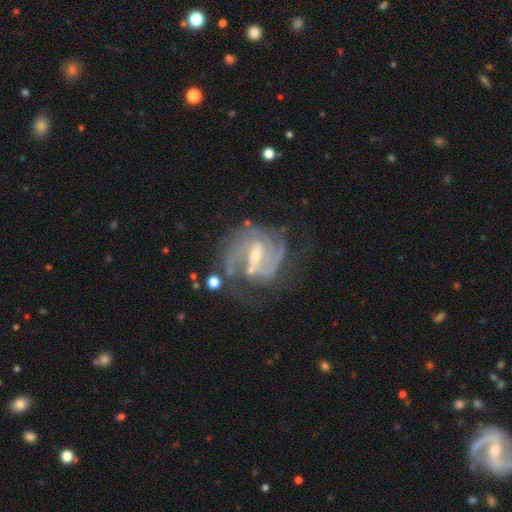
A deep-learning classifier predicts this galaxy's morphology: featured or disk 89%, star or artifact 6%, smooth 5%. Down the decision tree: edge-on disk — no (97%); bar — weak (49%); spiral arms — yes (96%); spiral arm count — 2 (52%); spiral winding — medium (47%); bulge size — small (56%); merging — none (61%).